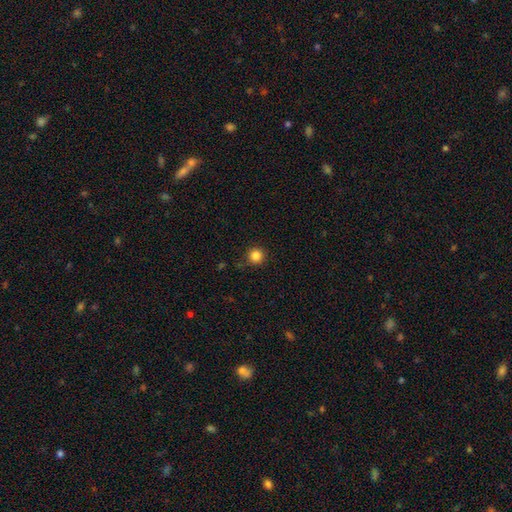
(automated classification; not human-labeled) Smooth or featured?
  - smooth: 84% *
  - star or artifact: 12%
  - featured or disk: 4%
How rounded?
  - round: 95% *
  - in between: 4%
  - cigar-shaped: 1%
Merging?
  - none: 89% *
  - minor disturbance: 8%
  - major disturbance: 2%
  - merger: 1%